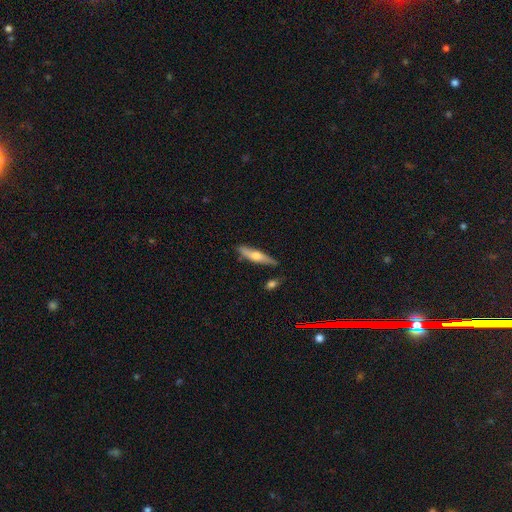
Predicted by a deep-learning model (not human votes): This appears to be a smooth galaxy with no disk features (48%). Merging: none (77%).